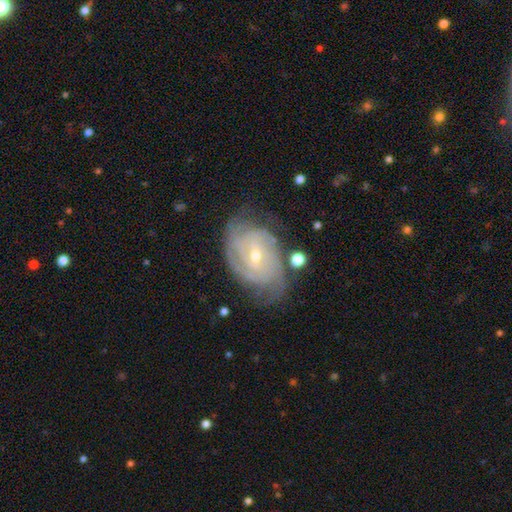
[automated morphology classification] A featured or disk galaxy (88%) with a weak bar (46%), tight (73%) spiral arms (97%) and a small central bulge (63%).

Vote fractions:
- Smooth or featured? featured or disk: 88% / smooth: 7% / star or artifact: 5%
- Edge-on disk? no: 96% / yes: 4%
- Bar? weak: 46% / no: 41% / strong: 14%
- Spiral arms? yes: 97% / no: 3%
- Spiral winding? tight: 73% / medium: 22% / loose: 4%
- Spiral arm count? can't tell: 27% / 3: 25% / 4: 19% / 2: 19% / more than 4: 6% / 1: 5%
- Bulge size? small: 63% / moderate: 35% / large: 1% / none: 1% / dominant: 1%
- Merging? none: 71% / minor disturbance: 19% / major disturbance: 7% / merger: 3%